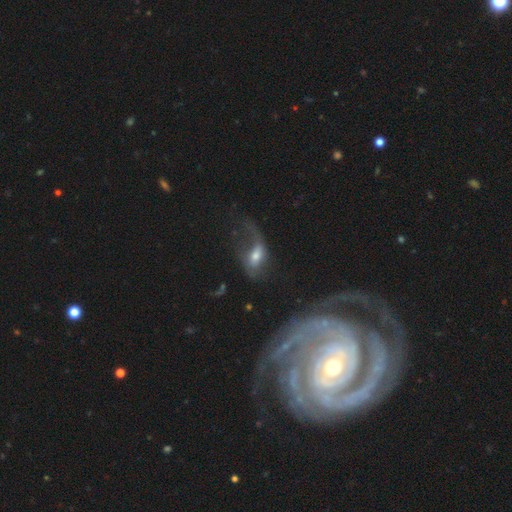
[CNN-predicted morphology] A featured or disk galaxy (56%) with no bar (50%), spiral arms (69%) and a moderate central bulge (58%).

Vote fractions:
- Smooth or featured? featured or disk: 56% / smooth: 33% / star or artifact: 11%
- Edge-on disk? no: 91% / yes: 9%
- Bar? no: 50% / weak: 36% / strong: 14%
- Spiral arms? yes: 69% / no: 31%
- Bulge size? moderate: 58% / small: 27% / large: 10% / none: 3% / dominant: 2%
- Merging? major disturbance: 47% / none: 28% / minor disturbance: 19% / merger: 7%